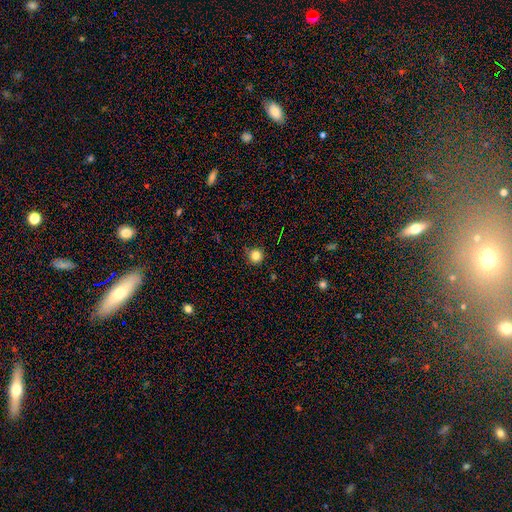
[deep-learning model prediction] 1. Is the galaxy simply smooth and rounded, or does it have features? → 83% smooth, 12% star or artifact, 5% featured or disk.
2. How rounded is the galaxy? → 95% round, 4% in between, 1% cigar-shaped.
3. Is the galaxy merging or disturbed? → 88% none, 9% minor disturbance, 2% major disturbance, 1% merger.